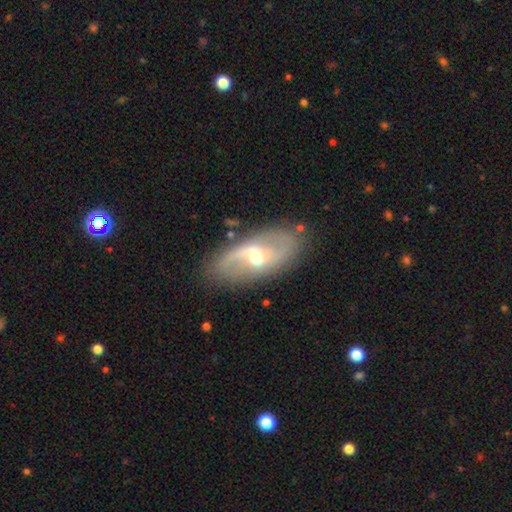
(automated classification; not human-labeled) Smooth or featured? featured or disk (73%)
Edge-on disk? no (91%)
Bar? weak (53%)
Spiral arms? yes (79%)
Spiral winding? loose (62%)
Spiral arm count? 2 (80%)
Bulge size? moderate (65%)
Merging? none (77%)